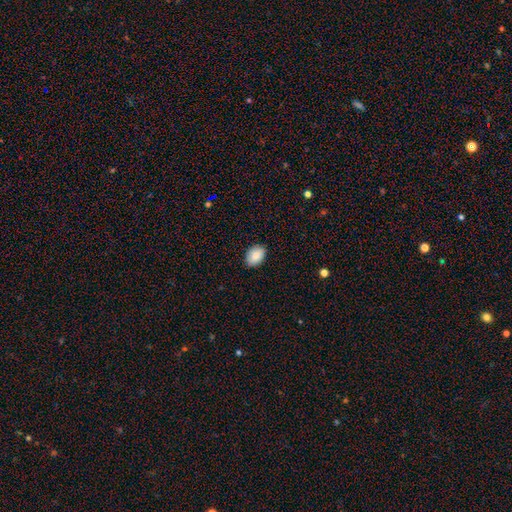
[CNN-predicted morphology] This appears to be a smooth galaxy with no disk features (86%) that is in between round and cigar-shaped (78%). Merging: none (88%).